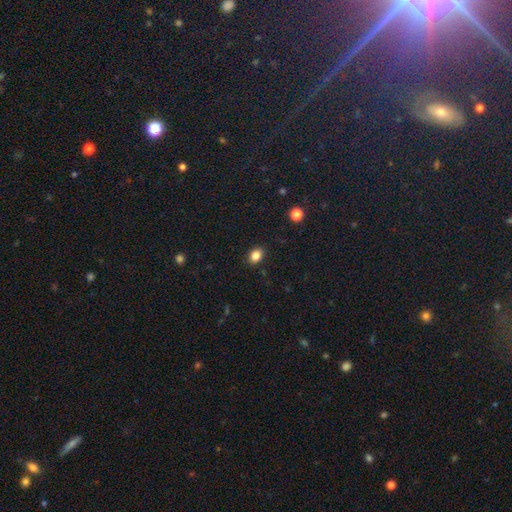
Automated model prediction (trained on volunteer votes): Smooth or featured?
  - smooth: 85% *
  - star or artifact: 11%
  - featured or disk: 5%
How rounded?
  - in between: 64% *
  - round: 35%
  - cigar-shaped: 1%
Merging?
  - none: 88% *
  - minor disturbance: 9%
  - major disturbance: 2%
  - merger: 1%